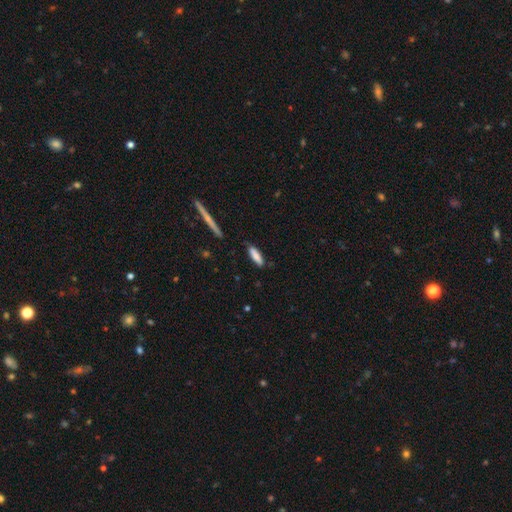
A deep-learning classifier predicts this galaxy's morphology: Overall: smooth (82%). How rounded: cigar-shaped (59%; in between 39%). Merging: none (79%).